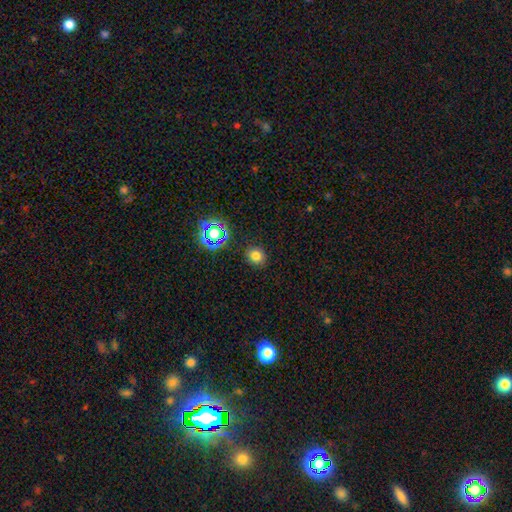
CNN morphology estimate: This is likely a smooth galaxy (76%). How rounded: likely round (69%). Merging: clearly none (87%).